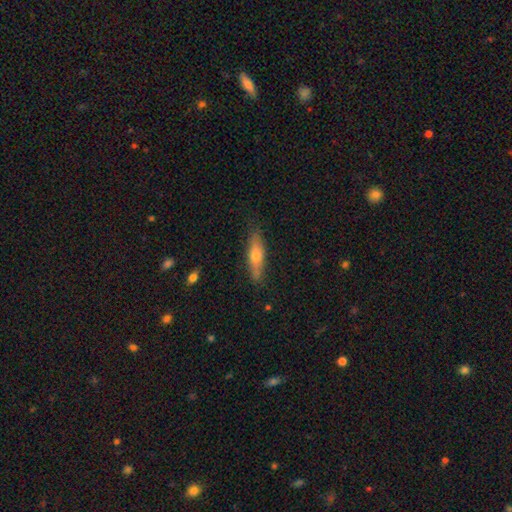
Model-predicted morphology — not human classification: type=smooth (55%); roundness=cigar-shaped (68%); merging=none (82%).